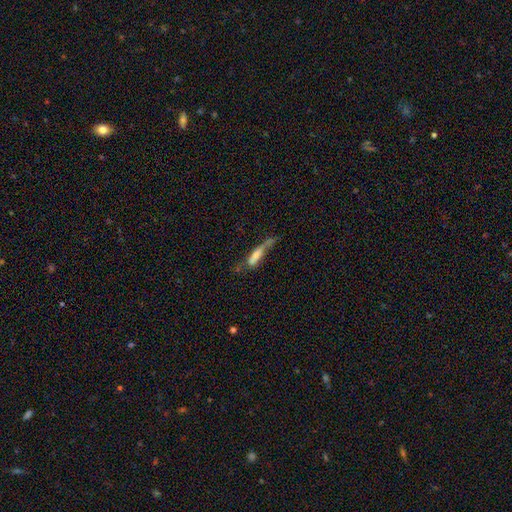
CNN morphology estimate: smooth-or-featured: smooth: 59% | featured or disk: 33% | star or artifact: 8%
  how-rounded: cigar-shaped: 77% | in between: 21% | round: 2%
  merging: major disturbance: 33% | none: 31% | minor disturbance: 26% | merger: 10%